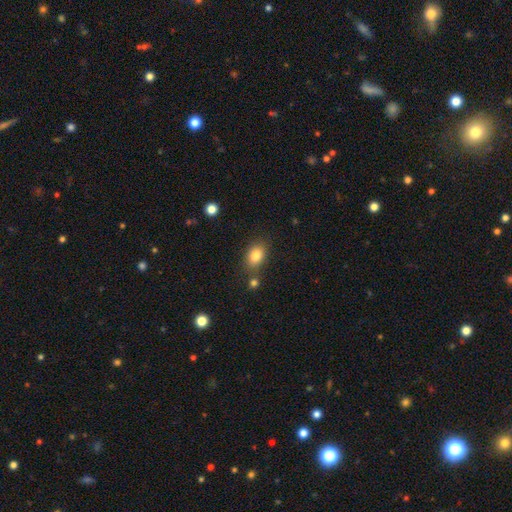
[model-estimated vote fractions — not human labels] A smooth galaxy with no disk features (82%) that is in between round and cigar-shaped (77%).

Vote fractions:
- Smooth or featured? smooth: 82% / star or artifact: 9% / featured or disk: 9%
- How rounded? in between: 77% / round: 22% / cigar-shaped: 1%
- Merging? none: 73% / minor disturbance: 13% / merger: 10% / major disturbance: 4%